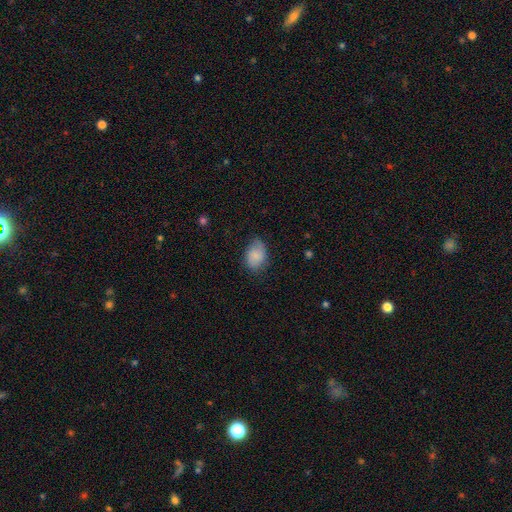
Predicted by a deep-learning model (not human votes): Smooth or featured: smooth — 83% (featured or disk — 10%)
How rounded: in between — 79% (round — 20%)
Merging: none — 70% (minor disturbance — 23%)